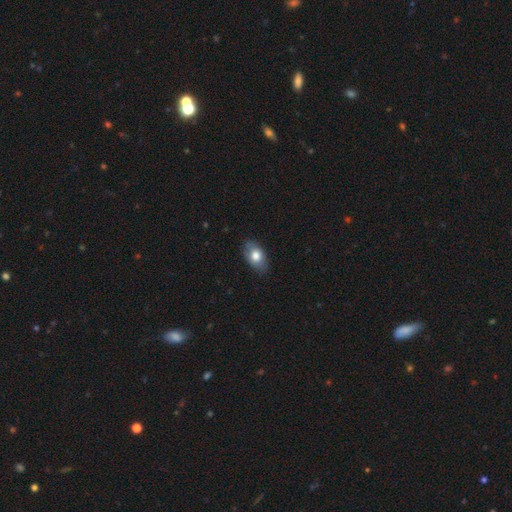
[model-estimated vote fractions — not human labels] This is likely a smooth galaxy (75%). How rounded: clearly in between (89%). Merging: likely none (80%).